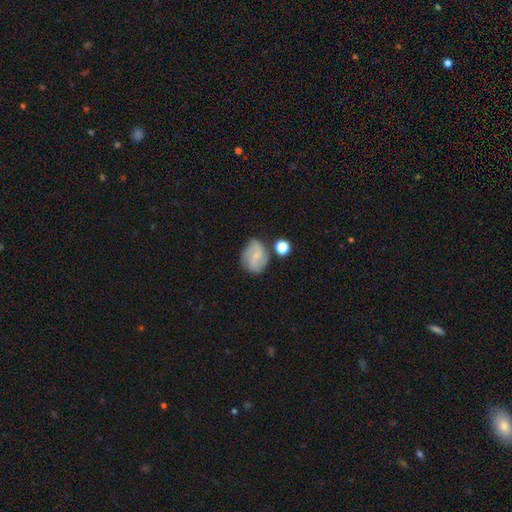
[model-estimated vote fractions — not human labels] Smooth or featured?
  - smooth: 49% *
  - featured or disk: 42%
  - star or artifact: 9%
Merging?
  - none: 64% *
  - minor disturbance: 21%
  - merger: 8%
  - major disturbance: 7%